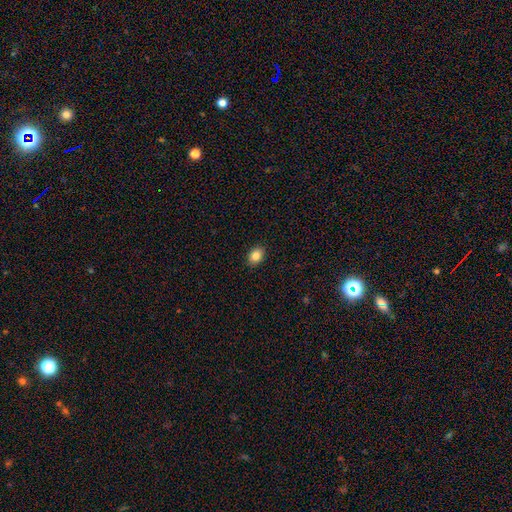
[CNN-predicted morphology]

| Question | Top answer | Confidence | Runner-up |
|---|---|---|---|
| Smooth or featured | smooth | 86% | star or artifact (9%) |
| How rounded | in between | 75% | round (24%) |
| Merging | none | 90% | minor disturbance (7%) |